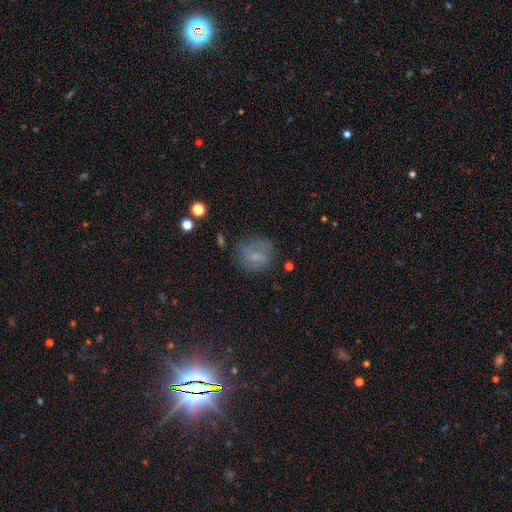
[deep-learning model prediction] smooth-or-featured: smooth: 55% | featured or disk: 30% | star or artifact: 14%
  how-rounded: round: 72% | in between: 26% | cigar-shaped: 2%
  merging: none: 63% | minor disturbance: 21% | major disturbance: 13% | merger: 3%